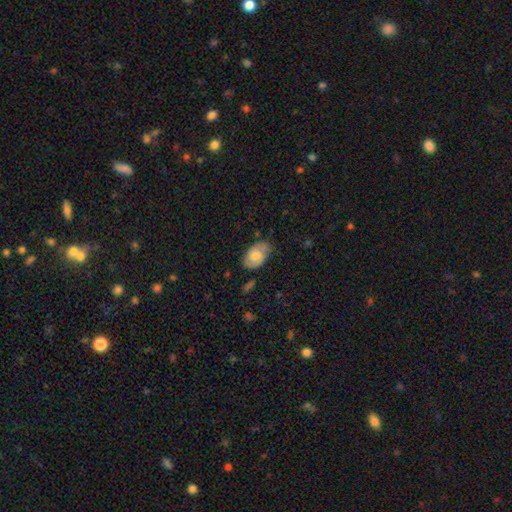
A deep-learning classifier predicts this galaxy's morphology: Smooth or featured? Predicted: smooth (p=0.56). How rounded? Predicted: in between (p=0.89). Merging? Predicted: none (p=0.66).